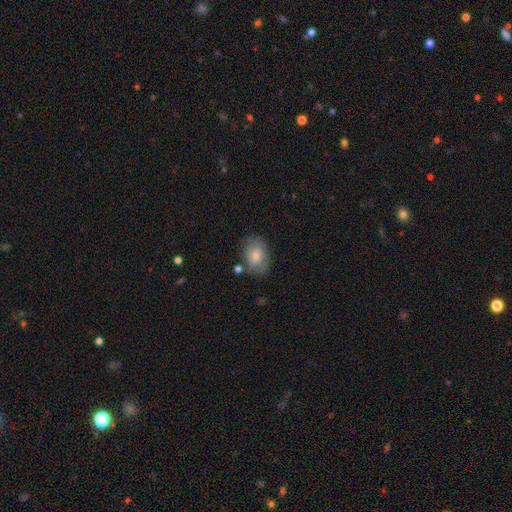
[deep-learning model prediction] Smooth or featured? Predicted: smooth (p=0.79). How rounded? Predicted: in between (p=0.78). Merging? Predicted: none (p=0.70).